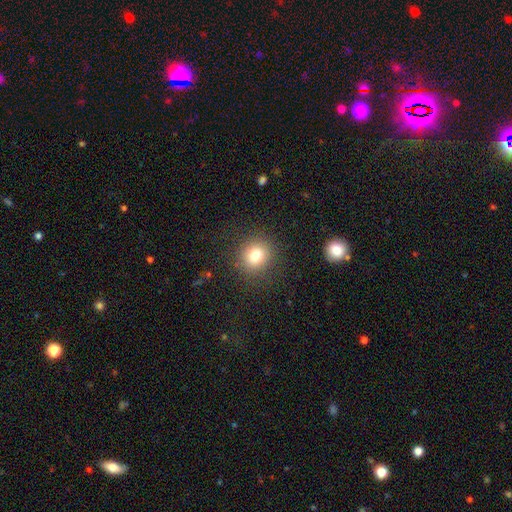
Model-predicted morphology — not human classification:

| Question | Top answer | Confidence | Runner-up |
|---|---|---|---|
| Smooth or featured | smooth | 79% | star or artifact (13%) |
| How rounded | round | 85% | in between (14%) |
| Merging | none | 88% | minor disturbance (8%) |